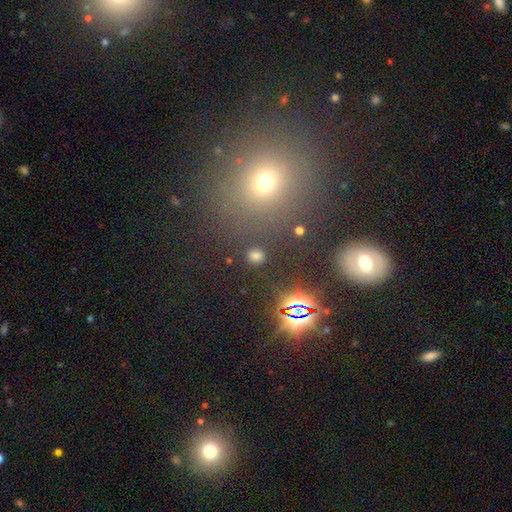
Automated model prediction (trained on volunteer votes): Q: Smooth or featured?
A: smooth (72%); runner-up: star or artifact (24%)
Q: How rounded?
A: round (82%); runner-up: in between (16%)
Q: Merging?
A: none (88%); runner-up: minor disturbance (6%)